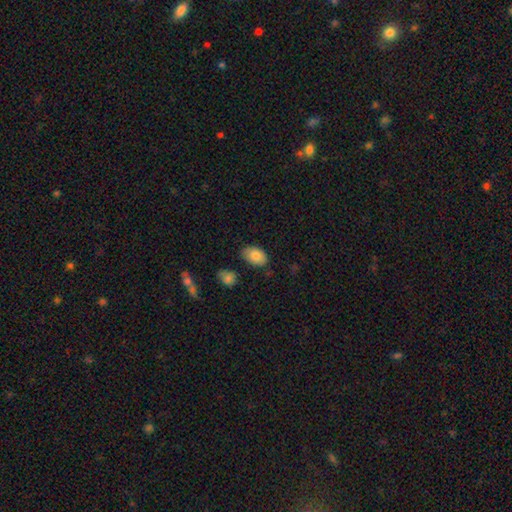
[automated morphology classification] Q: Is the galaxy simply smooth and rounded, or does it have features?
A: smooth — 83%.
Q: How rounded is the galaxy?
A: in between — 90%.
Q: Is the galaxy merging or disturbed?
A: none — 76%.